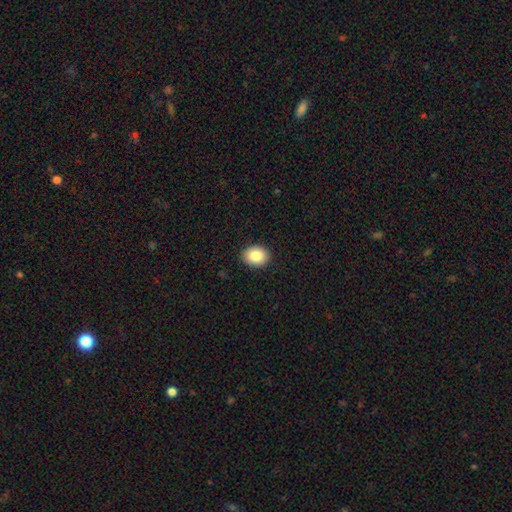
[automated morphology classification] This appears to be a smooth galaxy with no disk features (86%) that is in between round and cigar-shaped (54%). Merging: none (90%).